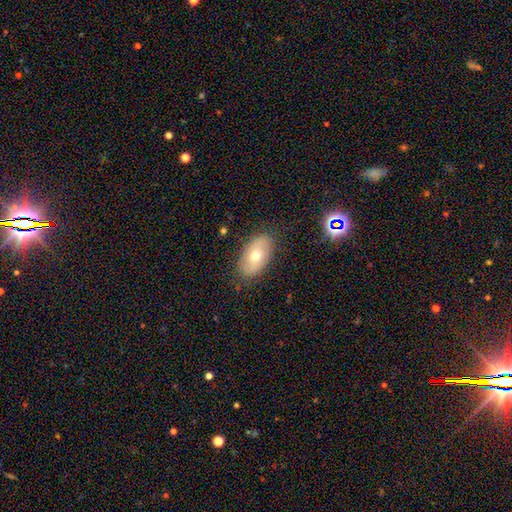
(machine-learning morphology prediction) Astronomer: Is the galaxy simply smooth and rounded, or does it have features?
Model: smooth — 61%.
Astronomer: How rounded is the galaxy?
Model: in between — 92%.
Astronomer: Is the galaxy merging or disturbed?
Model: none — 83%.